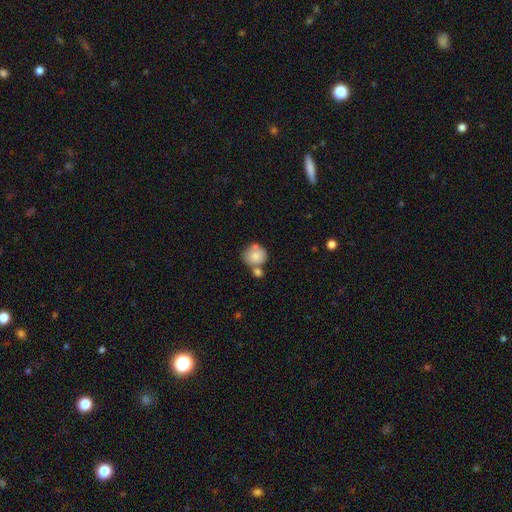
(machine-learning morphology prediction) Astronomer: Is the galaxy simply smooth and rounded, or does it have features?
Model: smooth — 81%.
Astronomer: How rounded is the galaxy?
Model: round — 83%.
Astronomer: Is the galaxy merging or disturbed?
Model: none — 51% (runner-up: merger, 30%).